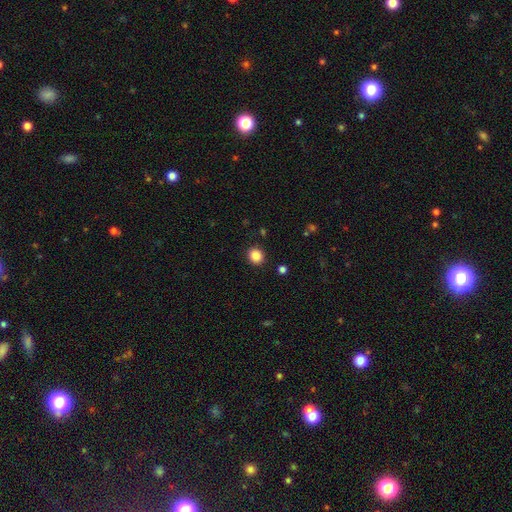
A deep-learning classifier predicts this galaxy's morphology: Overall: smooth (87%). How rounded: round (83%). Merging: none (90%).